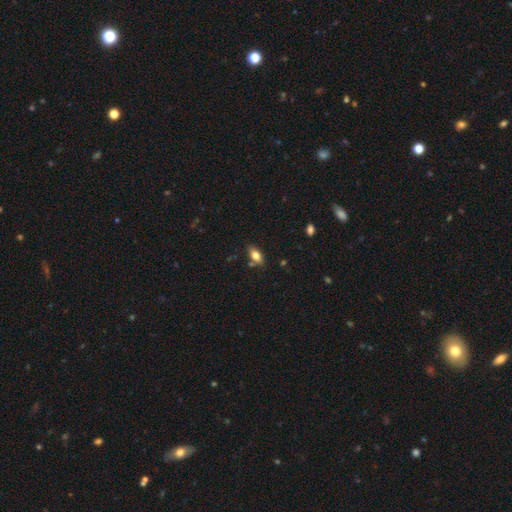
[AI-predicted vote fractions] smooth_or_featured: smooth (p=0.75) [alt: featured or disk p=0.16]
how_rounded: in between (p=0.88) [alt: cigar-shaped p=0.07]
merging: none (p=0.77) [alt: minor disturbance p=0.14]